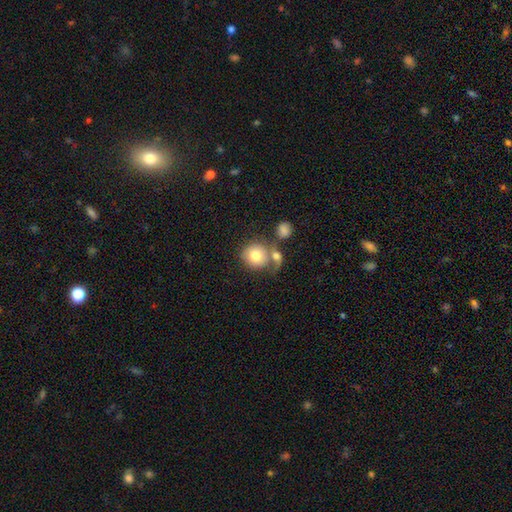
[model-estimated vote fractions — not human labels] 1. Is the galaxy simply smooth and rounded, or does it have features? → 77% smooth, 15% featured or disk, 8% star or artifact.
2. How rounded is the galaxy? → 87% round, 12% in between, 1% cigar-shaped.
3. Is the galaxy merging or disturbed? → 47% none, 35% merger, 12% minor disturbance, 7% major disturbance.